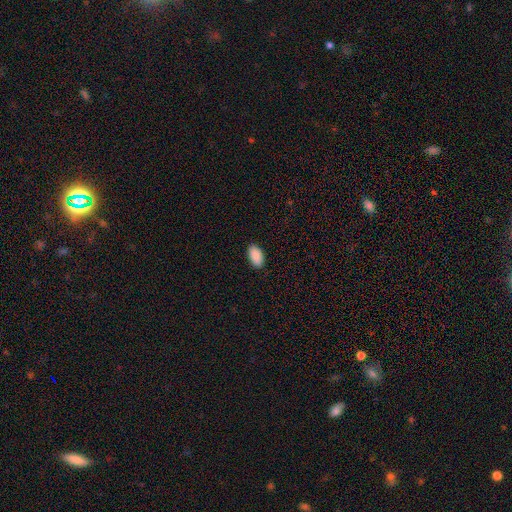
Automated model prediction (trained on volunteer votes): Smooth or featured?
  - smooth: 91% *
  - star or artifact: 6%
  - featured or disk: 3%
How rounded?
  - in between: 95% *
  - round: 3%
  - cigar-shaped: 2%
Merging?
  - none: 89% *
  - minor disturbance: 8%
  - major disturbance: 2%
  - merger: 1%